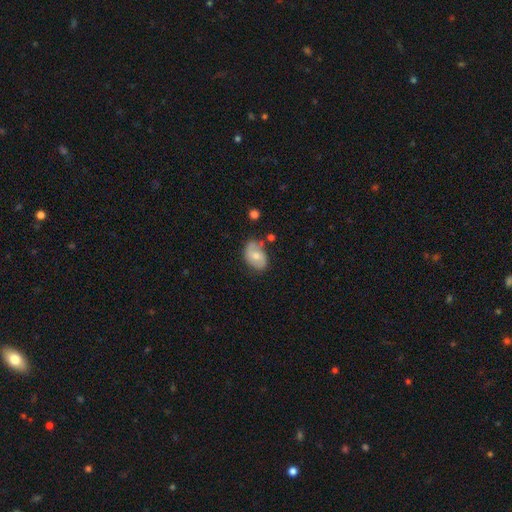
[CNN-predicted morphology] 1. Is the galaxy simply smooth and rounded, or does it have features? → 52% smooth, 41% featured or disk, 7% star or artifact.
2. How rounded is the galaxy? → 80% in between, 19% round, 1% cigar-shaped.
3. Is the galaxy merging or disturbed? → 58% none, 28% minor disturbance, 8% major disturbance, 6% merger.